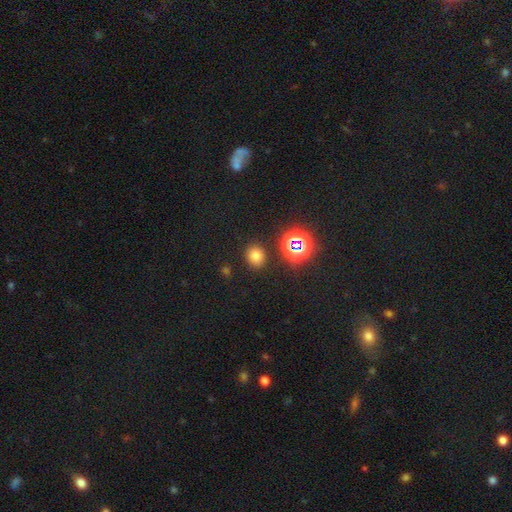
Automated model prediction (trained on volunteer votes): A smooth galaxy with no disk features (72%) that is round (69%).

Vote fractions:
- Smooth or featured? smooth: 72% / star or artifact: 21% / featured or disk: 7%
- How rounded? round: 69% / in between: 30% / cigar-shaped: 1%
- Merging? none: 86% / minor disturbance: 8% / major disturbance: 3% / merger: 3%